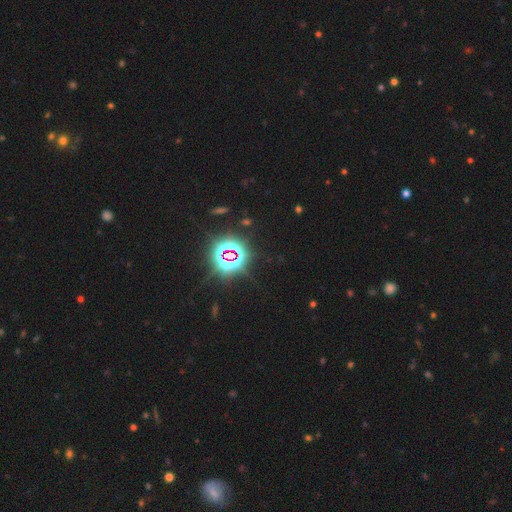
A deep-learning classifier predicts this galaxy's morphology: A star or artifact, not a galaxy (85%).

Vote fractions:
- Smooth or featured? star or artifact: 85% / smooth: 10% / featured or disk: 5%